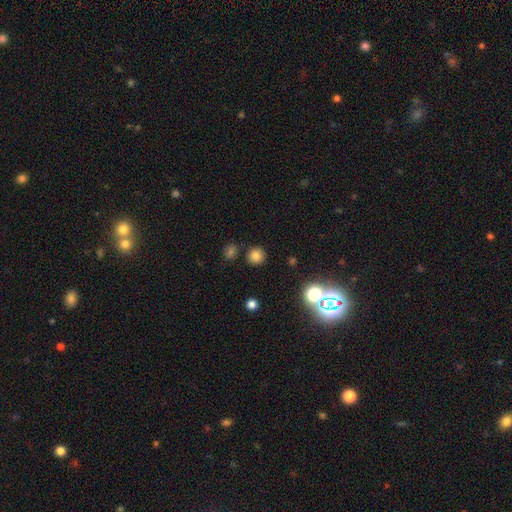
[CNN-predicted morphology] Smooth or featured? smooth (79%)
How rounded? round (93%)
Merging? none (85%)